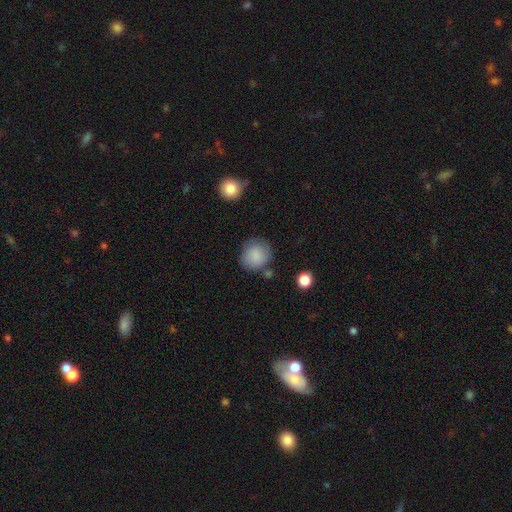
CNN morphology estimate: smooth 86%, star or artifact 8%, featured or disk 6%. Down the decision tree: how rounded — round (84%); merging — none (73%).